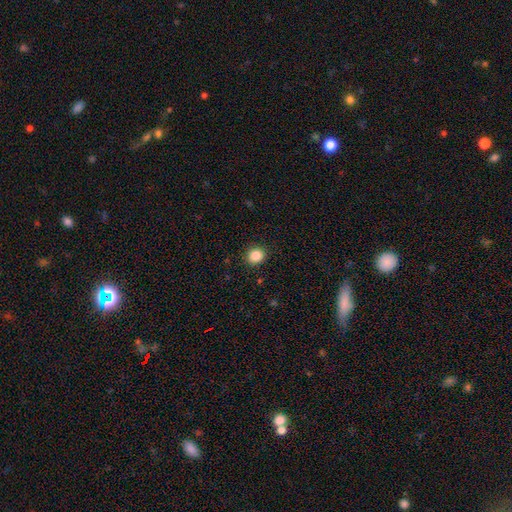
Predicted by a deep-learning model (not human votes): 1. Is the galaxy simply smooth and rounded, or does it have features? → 86% smooth, 10% star or artifact, 4% featured or disk.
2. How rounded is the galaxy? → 84% round, 15% in between, 1% cigar-shaped.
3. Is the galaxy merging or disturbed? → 91% none, 6% minor disturbance, 2% major disturbance, 1% merger.